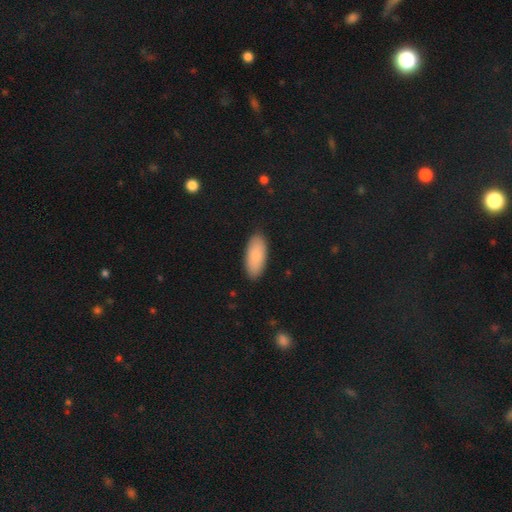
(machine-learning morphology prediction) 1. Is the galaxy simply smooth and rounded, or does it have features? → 86% smooth, 8% featured or disk, 6% star or artifact.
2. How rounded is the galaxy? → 90% in between, 8% cigar-shaped, 2% round.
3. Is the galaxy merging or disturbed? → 88% none, 9% minor disturbance, 2% major disturbance, 1% merger.